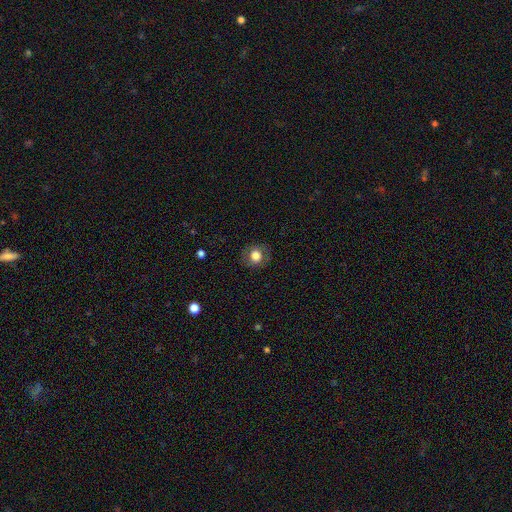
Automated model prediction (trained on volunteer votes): A smooth galaxy with no disk features (76%) that is round (80%).

Vote fractions:
- Smooth or featured? smooth: 76% / featured or disk: 14% / star or artifact: 10%
- How rounded? round: 80% / in between: 19% / cigar-shaped: 1%
- Merging? none: 83% / minor disturbance: 11% / major disturbance: 4% / merger: 1%